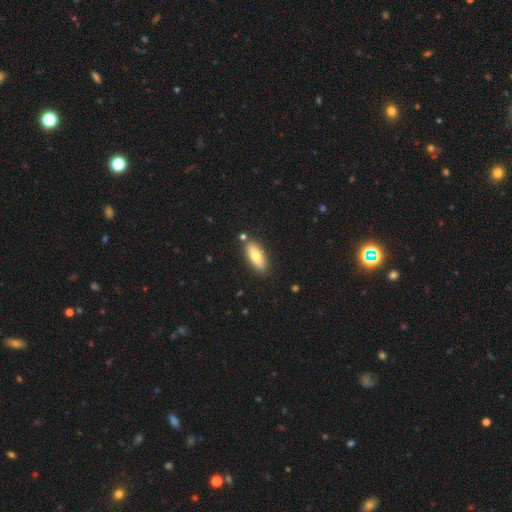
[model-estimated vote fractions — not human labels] smooth_or_featured: smooth (p=0.75) [alt: featured or disk p=0.19]
how_rounded: in between (p=0.71) [alt: cigar-shaped p=0.27]
merging: none (p=0.84) [alt: minor disturbance p=0.10]